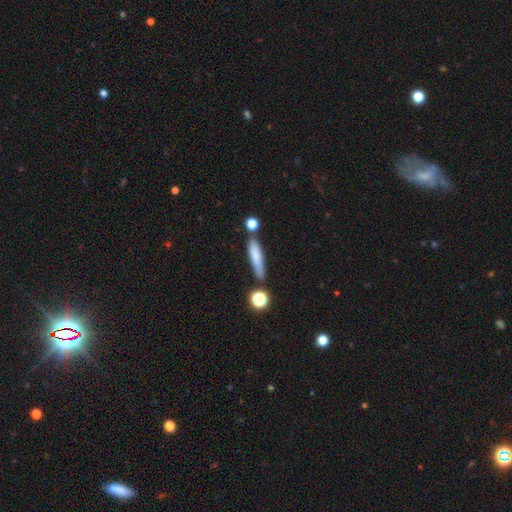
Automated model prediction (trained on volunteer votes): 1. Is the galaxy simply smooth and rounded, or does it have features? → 76% smooth, 16% featured or disk, 8% star or artifact.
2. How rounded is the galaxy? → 80% cigar-shaped, 17% in between, 3% round.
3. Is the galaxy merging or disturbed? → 71% none, 15% minor disturbance, 10% merger, 4% major disturbance.